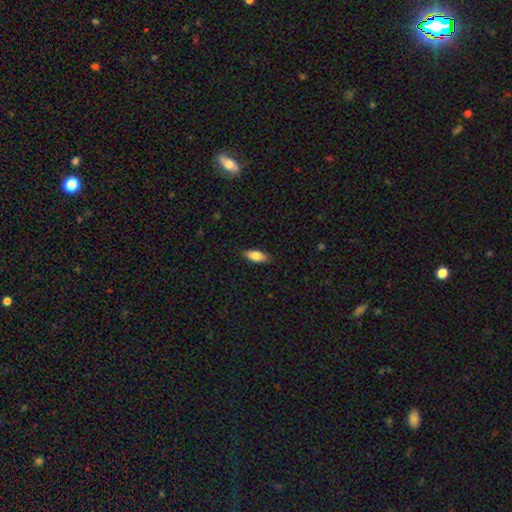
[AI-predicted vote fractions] A smooth galaxy with no disk features (83%) that is in between round and cigar-shaped (80%).

Vote fractions:
- Smooth or featured? smooth: 83% / featured or disk: 11% / star or artifact: 6%
- How rounded? in between: 80% / cigar-shaped: 17% / round: 2%
- Merging? none: 85% / minor disturbance: 11% / major disturbance: 2% / merger: 1%